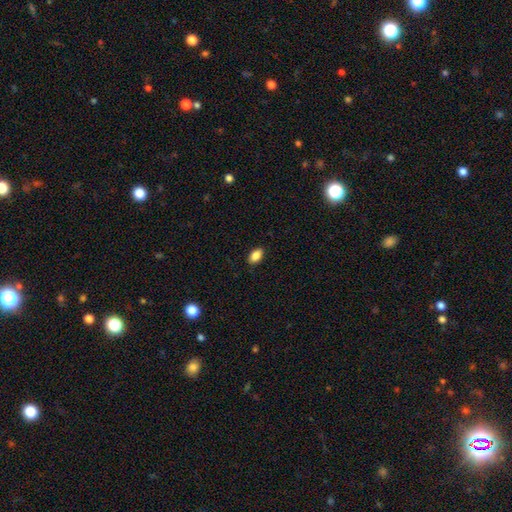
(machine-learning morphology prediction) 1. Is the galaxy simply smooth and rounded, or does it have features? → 87% smooth, 8% star or artifact, 5% featured or disk.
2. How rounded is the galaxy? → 90% in between, 8% round, 2% cigar-shaped.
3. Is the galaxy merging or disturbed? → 89% none, 8% minor disturbance, 2% major disturbance, 1% merger.